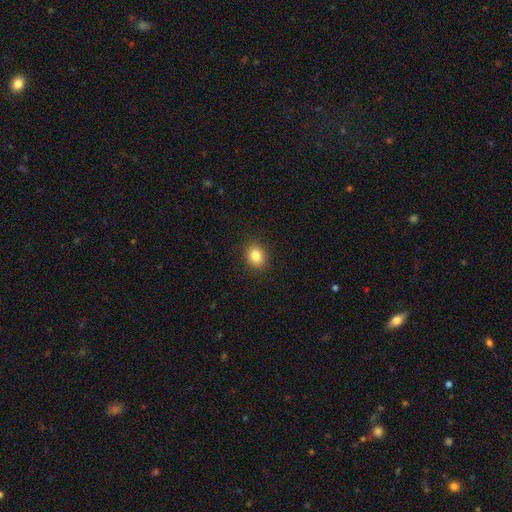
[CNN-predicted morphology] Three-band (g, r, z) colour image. It shows a smooth galaxy with no disk features (84%) that is round (58%). Merging: none (90%).